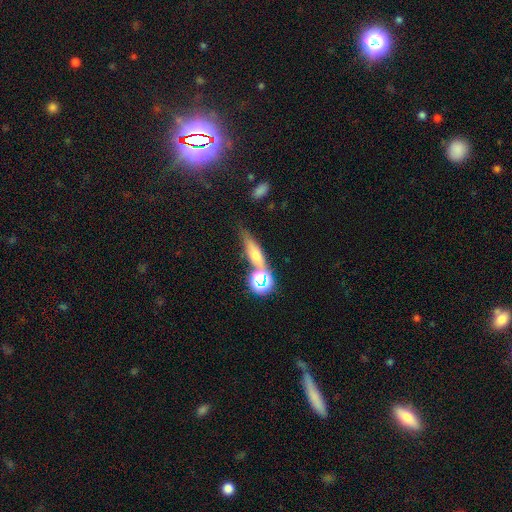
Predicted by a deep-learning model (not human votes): Smooth or featured? Predicted: smooth (p=0.41). Merging? Predicted: none (p=0.60).